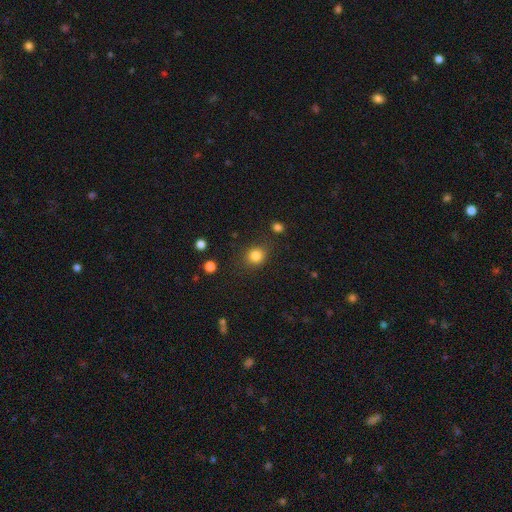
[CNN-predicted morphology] type=smooth (83%); roundness=round (81%); merging=none (83%).